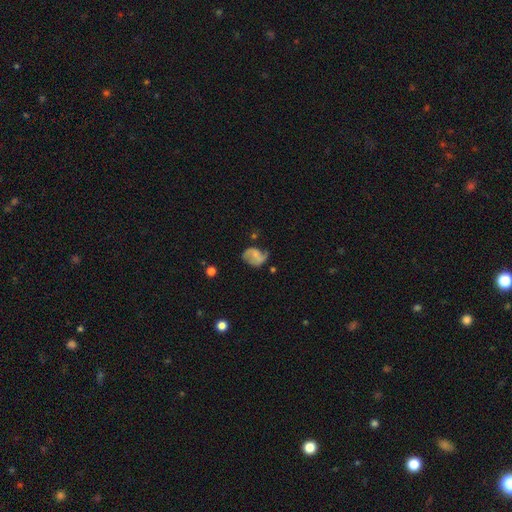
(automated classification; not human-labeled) Smooth or featured?
  - featured or disk: 62% *
  - smooth: 29%
  - star or artifact: 9%
Edge-on disk?
  - no: 97% *
  - yes: 3%
Bar?
  - no: 48% *
  - weak: 39%
  - strong: 14%
Spiral arms?
  - yes: 85% *
  - no: 15%
Spiral winding?
  - loose: 44% *
  - medium: 39%
  - tight: 17%
Spiral arm count?
  - 2: 76% *
  - 1: 12%
  - can't tell: 8%
  - 3: 1%
  - 4: 1%
  - more than 4: 1%
Bulge size?
  - none: 44% *
  - small: 37%
  - moderate: 16%
  - large: 2%
  - dominant: 1%
Merging?
  - none: 50% *
  - minor disturbance: 28%
  - major disturbance: 18%
  - merger: 4%